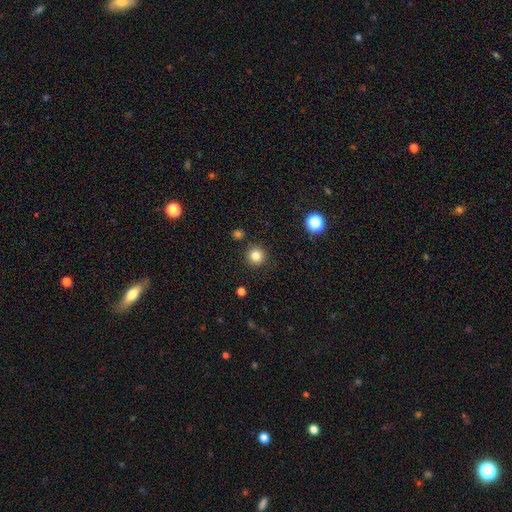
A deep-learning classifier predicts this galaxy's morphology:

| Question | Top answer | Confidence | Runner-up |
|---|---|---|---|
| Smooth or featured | smooth | 83% | star or artifact (12%) |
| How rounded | round | 95% | in between (5%) |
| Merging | none | 89% | minor disturbance (6%) |